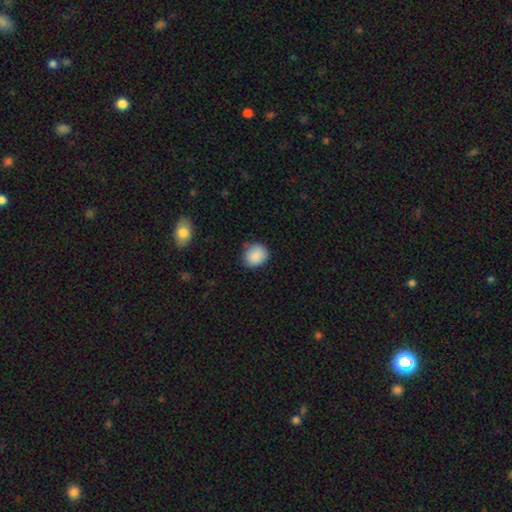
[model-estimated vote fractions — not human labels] This is clearly a smooth galaxy (88%). How rounded: likely round (73%). Merging: likely none (79%).